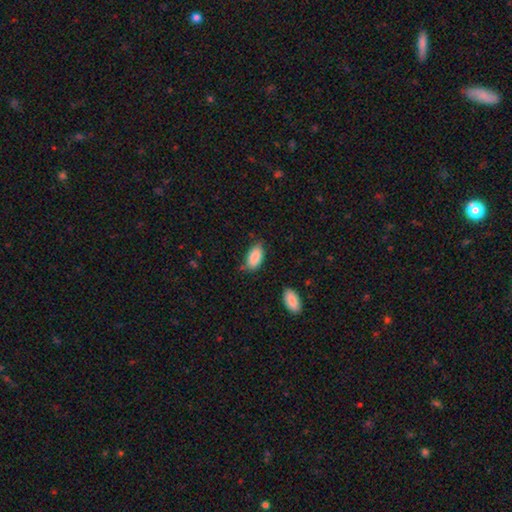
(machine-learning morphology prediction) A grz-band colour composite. It shows a smooth galaxy with no disk features (87%) that is in between round and cigar-shaped (92%). Merging: none (66%).